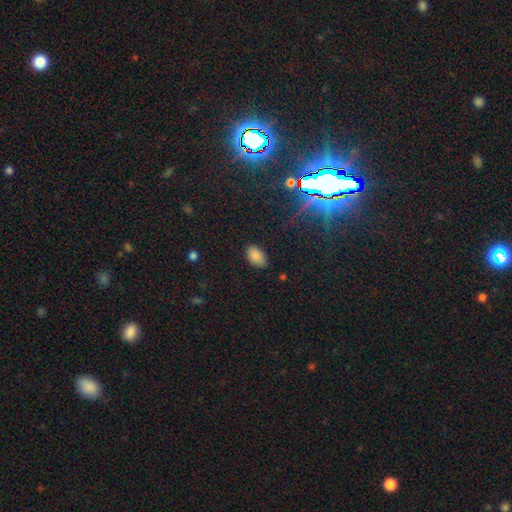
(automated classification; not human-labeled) Morphology: type=smooth (83%); roundness=in between (93%); merging=none (83%).